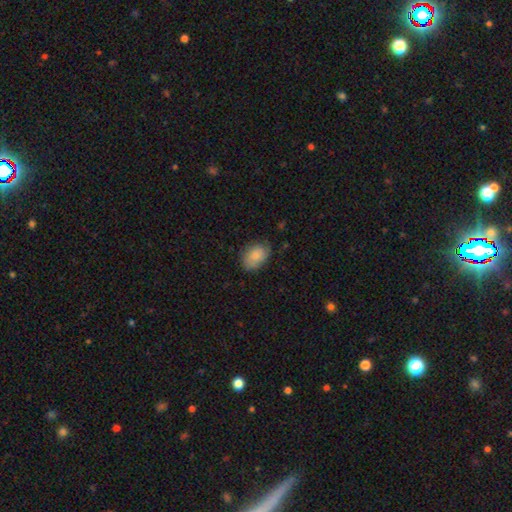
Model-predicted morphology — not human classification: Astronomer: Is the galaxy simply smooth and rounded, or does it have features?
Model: smooth — 77%.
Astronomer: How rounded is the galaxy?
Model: in between — 79%.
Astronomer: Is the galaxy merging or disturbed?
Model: none — 71%.